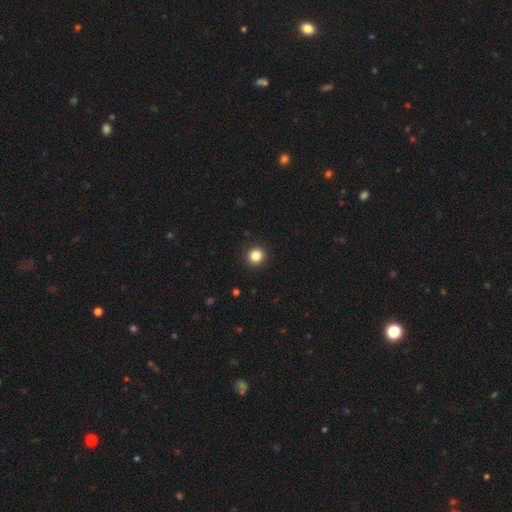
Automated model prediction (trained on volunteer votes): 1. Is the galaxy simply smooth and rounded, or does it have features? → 85% smooth, 11% star or artifact, 4% featured or disk.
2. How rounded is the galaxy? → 94% round, 5% in between, 1% cigar-shaped.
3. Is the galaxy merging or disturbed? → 93% none, 5% minor disturbance, 2% major disturbance, 1% merger.